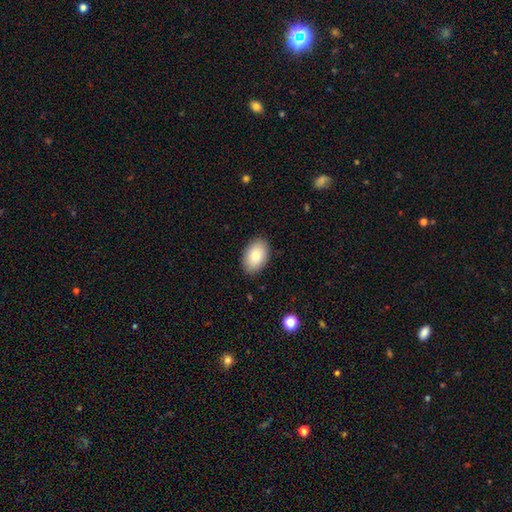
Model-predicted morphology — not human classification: Overall: smooth (86%). How rounded: in between (91%). Merging: none (88%).